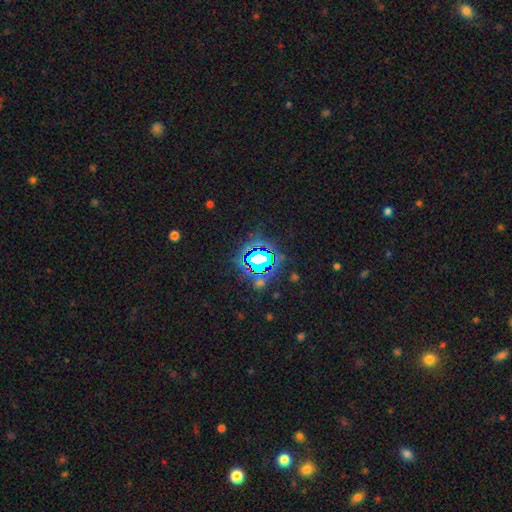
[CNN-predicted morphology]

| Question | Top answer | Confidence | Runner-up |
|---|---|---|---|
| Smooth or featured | star or artifact | 73% | smooth (16%) |